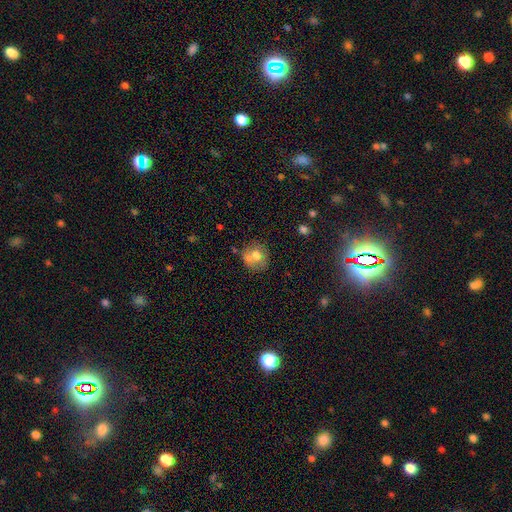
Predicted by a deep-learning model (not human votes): Q: Smooth or featured?
A: smooth (68%); runner-up: featured or disk (22%)
Q: How rounded?
A: round (80%); runner-up: in between (19%)
Q: Merging?
A: none (52%); runner-up: merger (28%)